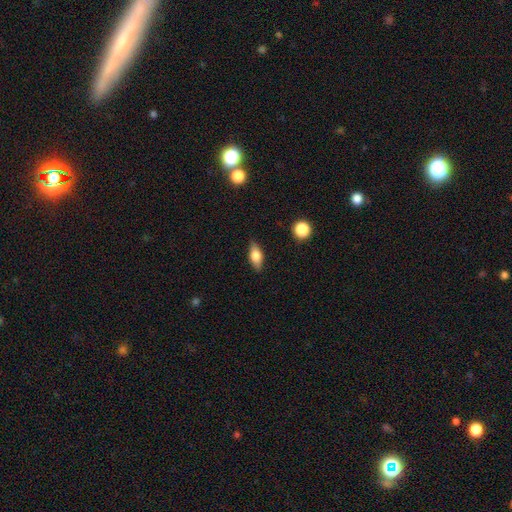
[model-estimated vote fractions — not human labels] Smooth or featured?
  - smooth: 65% *
  - featured or disk: 27%
  - star or artifact: 8%
How rounded?
  - in between: 79% *
  - cigar-shaped: 15%
  - round: 6%
Merging?
  - none: 85% *
  - minor disturbance: 12%
  - major disturbance: 3%
  - merger: 1%